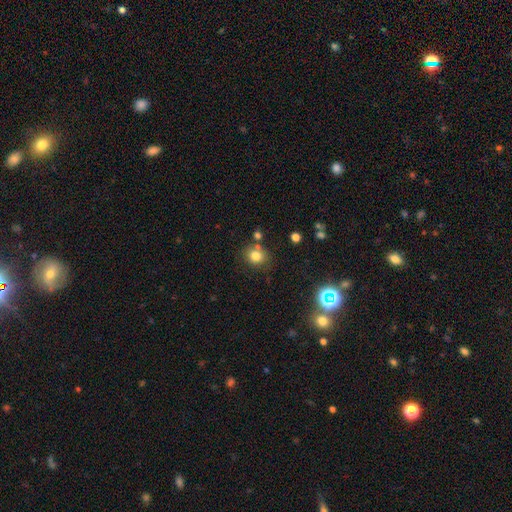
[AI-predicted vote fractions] smooth 79%, star or artifact 13%, featured or disk 8%. Down the decision tree: how rounded — round (76%); merging — none (71%).